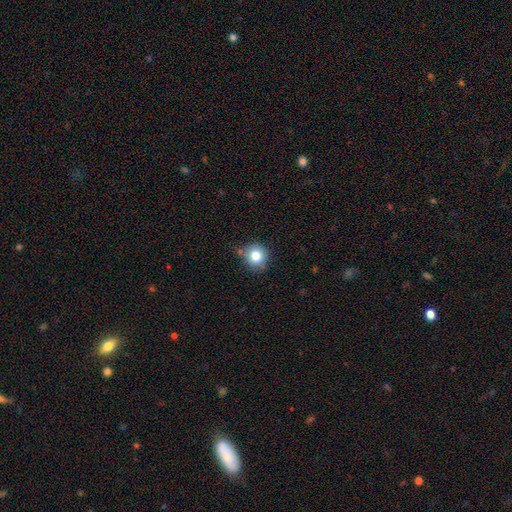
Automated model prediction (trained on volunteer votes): Smooth or featured? Predicted: smooth (p=0.80). How rounded? Predicted: round (p=0.86). Merging? Predicted: none (p=0.75).